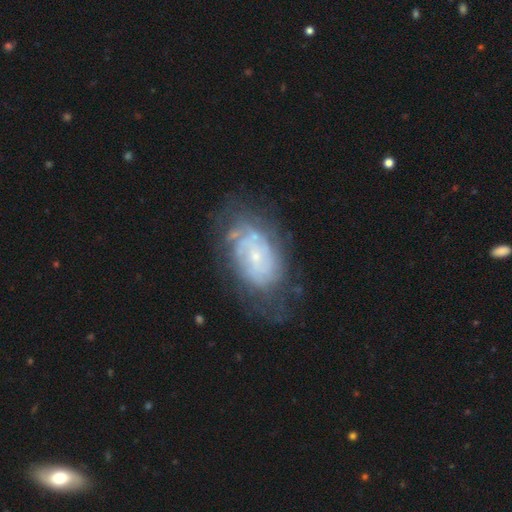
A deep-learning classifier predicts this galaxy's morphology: smooth_or_featured: featured or disk (p=0.74) [alt: smooth p=0.18]
disk_edge_on: no (p=0.96) [alt: yes p=0.04]
bar: no (p=0.75) [alt: weak p=0.21]
has_spiral_arms: yes (p=0.80) [alt: no p=0.20]
spiral_winding: tight (p=0.69) [alt: medium p=0.23]
spiral_arm_count: can't tell (p=0.59) [alt: 2 p=0.15]
bulge_size: small (p=0.76) [alt: moderate p=0.16]
merging: none (p=0.60) [alt: minor disturbance p=0.23]